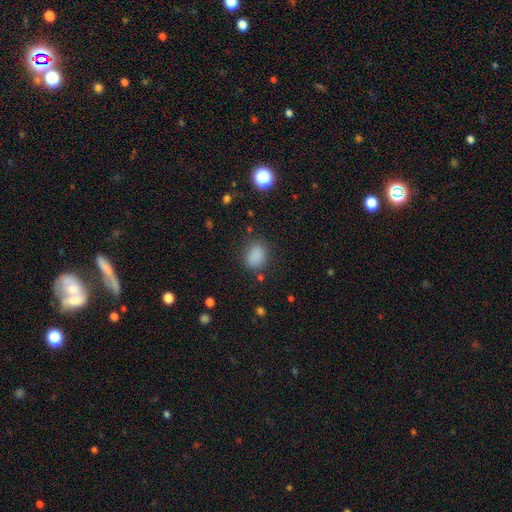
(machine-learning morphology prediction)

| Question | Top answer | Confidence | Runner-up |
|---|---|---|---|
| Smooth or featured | smooth | 84% | star or artifact (12%) |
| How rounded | in between | 62% | round (37%) |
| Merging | none | 77% | minor disturbance (15%) |